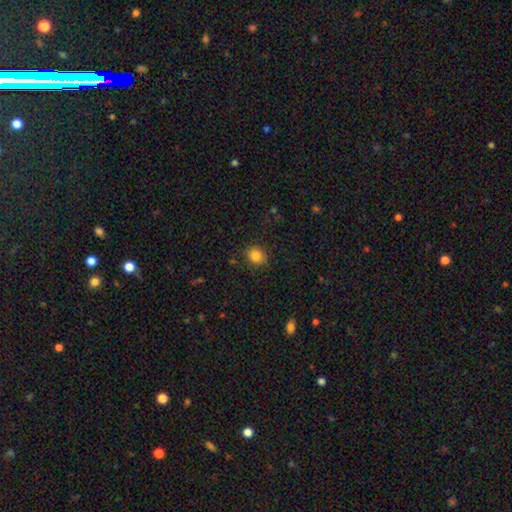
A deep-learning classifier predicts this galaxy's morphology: Overall: smooth (85%). How rounded: round (78%). Merging: none (86%).